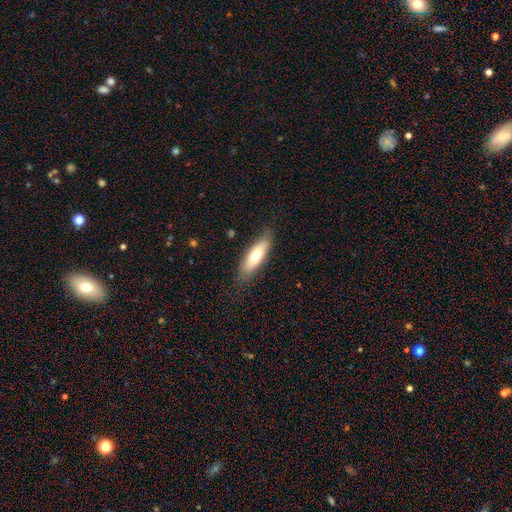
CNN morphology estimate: smooth_or_featured: smooth (p=0.66) [alt: featured or disk p=0.28]
how_rounded: in between (p=0.52) [alt: cigar-shaped p=0.46]
merging: none (p=0.82) [alt: minor disturbance p=0.14]